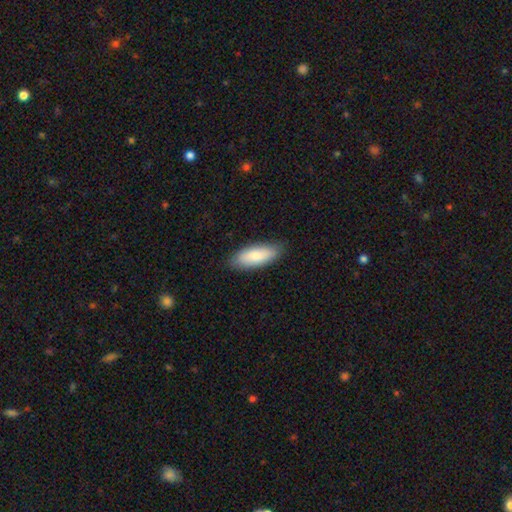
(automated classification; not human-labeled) Q: Smooth or featured?
A: smooth (81%); runner-up: featured or disk (14%)
Q: How rounded?
A: in between (76%); runner-up: cigar-shaped (22%)
Q: Merging?
A: none (85%); runner-up: minor disturbance (12%)